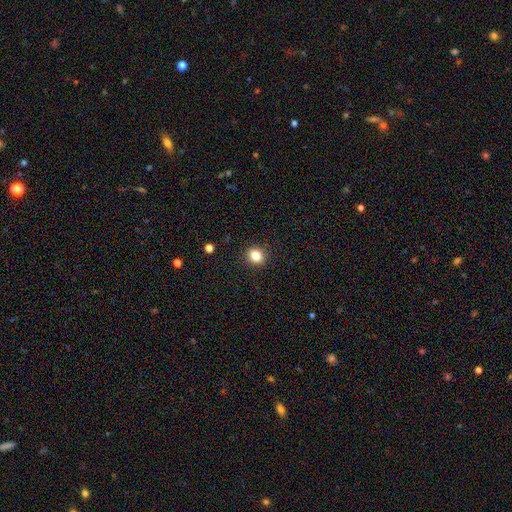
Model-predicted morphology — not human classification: A smooth galaxy with no disk features (83%) that is round (83%). Merging: none (91%).